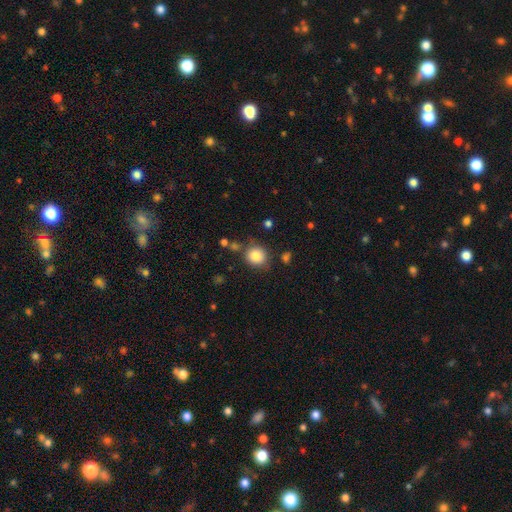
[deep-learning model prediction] This appears to be a smooth galaxy with no disk features (85%) that is round (85%). Merging: none (78%).